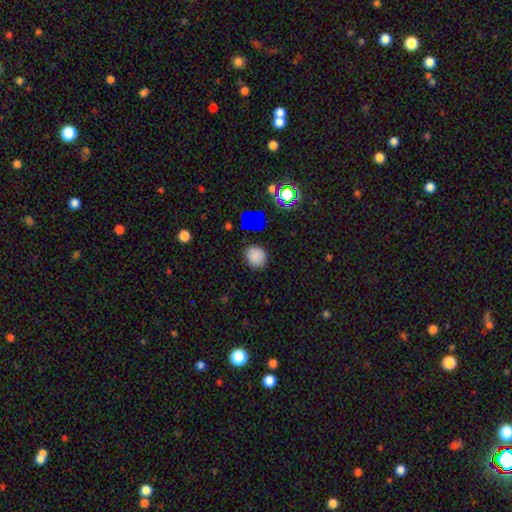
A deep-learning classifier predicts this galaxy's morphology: Q: Smooth or featured?
A: smooth (78%); runner-up: star or artifact (17%)
Q: How rounded?
A: round (72%); runner-up: in between (27%)
Q: Merging?
A: none (83%); runner-up: minor disturbance (11%)